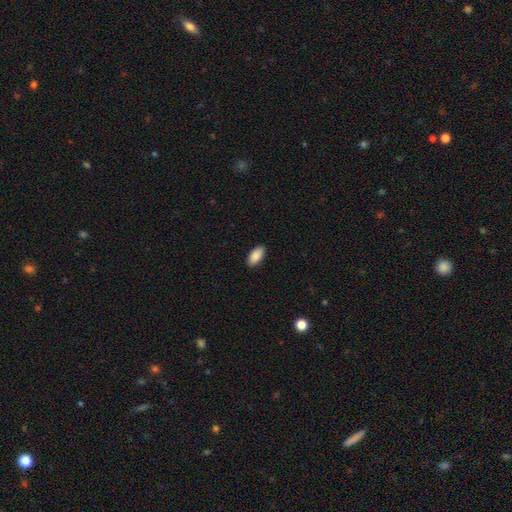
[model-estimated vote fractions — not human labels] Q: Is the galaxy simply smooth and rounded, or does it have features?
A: smooth — 90%.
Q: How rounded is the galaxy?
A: in between — 94%.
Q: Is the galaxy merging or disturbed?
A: none — 89%.